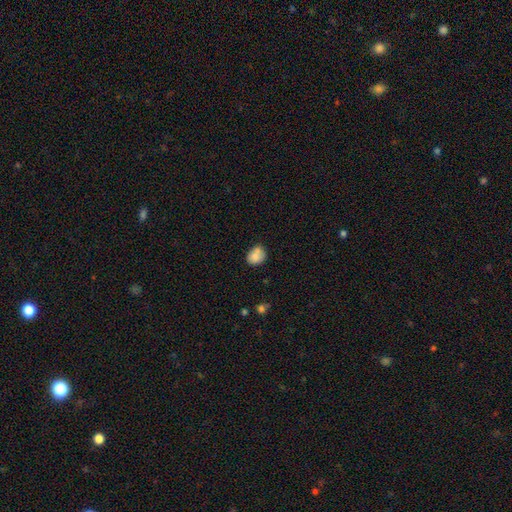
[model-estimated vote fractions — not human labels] Smooth or featured?
  - smooth: 78% *
  - featured or disk: 13%
  - star or artifact: 9%
How rounded?
  - in between: 50% *
  - round: 49%
  - cigar-shaped: 1%
Merging?
  - none: 53% *
  - minor disturbance: 23%
  - merger: 18%
  - major disturbance: 5%